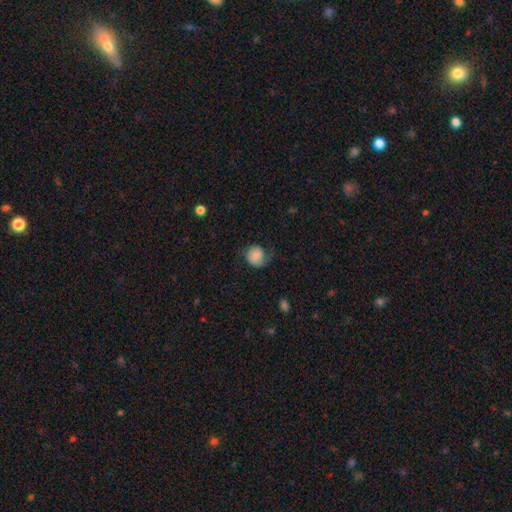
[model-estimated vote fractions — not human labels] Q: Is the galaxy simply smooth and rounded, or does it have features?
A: smooth — 56%.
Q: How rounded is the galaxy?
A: round — 76%.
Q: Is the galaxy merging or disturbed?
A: none — 53%.